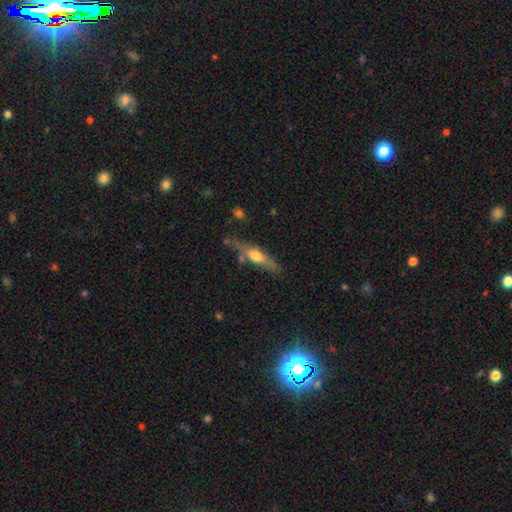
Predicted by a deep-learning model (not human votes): This appears to be a featured or disk galaxy (51%) viewed edge-on (86%). Merging: none (68%).